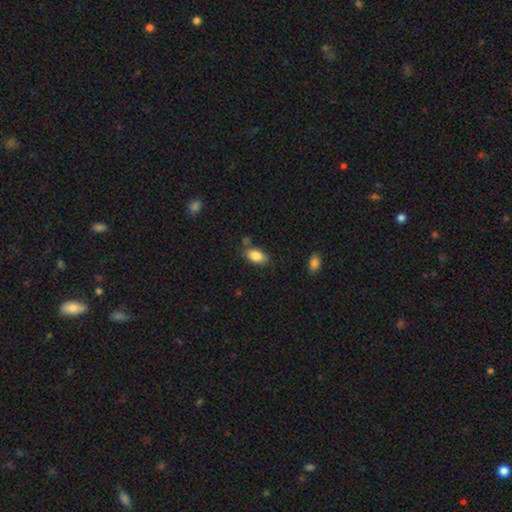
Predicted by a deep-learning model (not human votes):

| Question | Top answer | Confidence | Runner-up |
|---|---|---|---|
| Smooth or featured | smooth | 85% | star or artifact (8%) |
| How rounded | in between | 91% | round (6%) |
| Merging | none | 69% | minor disturbance (19%) |